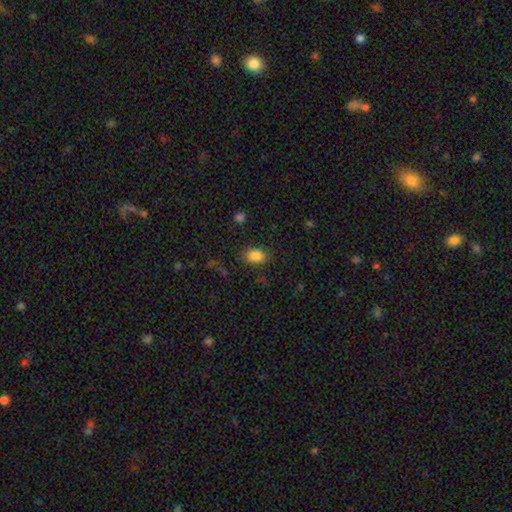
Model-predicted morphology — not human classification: Smooth or featured? smooth (84%)
How rounded? in between (79%)
Merging? none (82%)